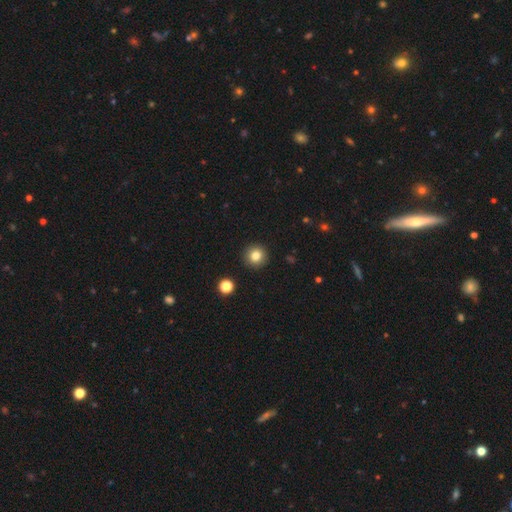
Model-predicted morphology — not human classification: Smooth or featured? Predicted: smooth (p=0.82). How rounded? Predicted: round (p=0.95). Merging? Predicted: none (p=0.92).